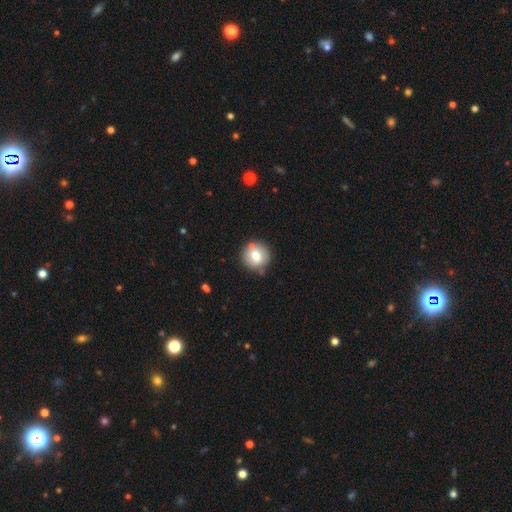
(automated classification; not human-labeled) Smooth or featured?
  - smooth: 75% *
  - featured or disk: 16%
  - star or artifact: 9%
How rounded?
  - round: 94% *
  - in between: 5%
  - cigar-shaped: 1%
Merging?
  - none: 80% *
  - minor disturbance: 11%
  - merger: 6%
  - major disturbance: 3%